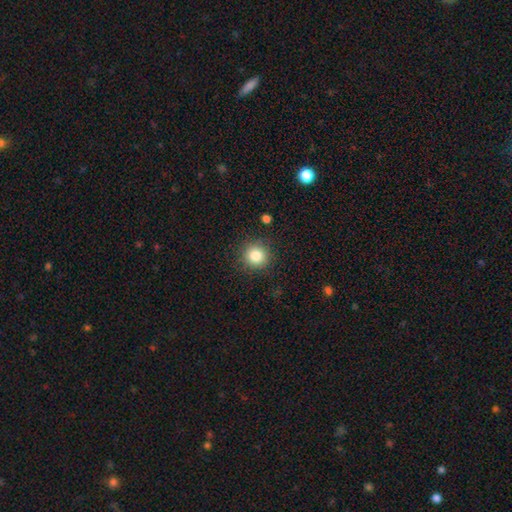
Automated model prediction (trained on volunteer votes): Morphology: type=smooth (83%); roundness=round (93%); merging=none (87%).